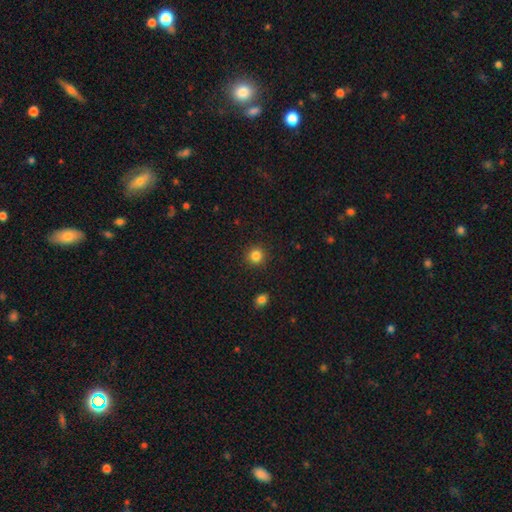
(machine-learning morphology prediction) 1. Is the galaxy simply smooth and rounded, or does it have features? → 84% smooth, 11% star or artifact, 4% featured or disk.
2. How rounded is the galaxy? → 93% round, 6% in between, 1% cigar-shaped.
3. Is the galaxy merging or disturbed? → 91% none, 5% minor disturbance, 2% major disturbance, 1% merger.